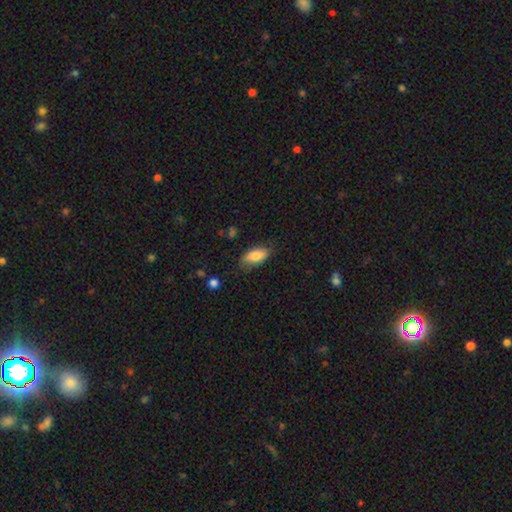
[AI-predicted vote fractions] Smooth or featured? smooth (82%)
How rounded? in between (89%)
Merging? none (73%)